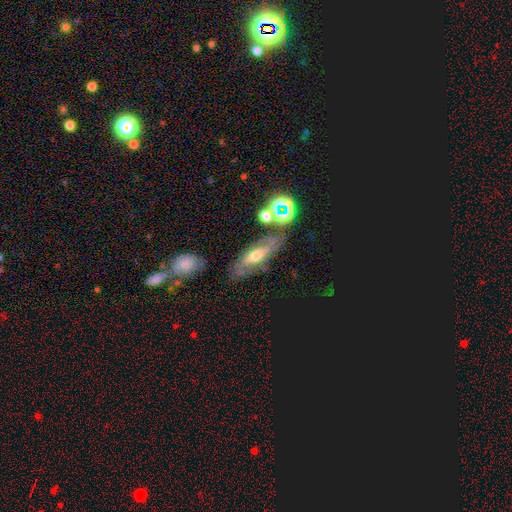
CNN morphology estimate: This is possibly a featured or disk galaxy (54%). It is likely not viewed edge-on (67%). Merging: likely none (70%).